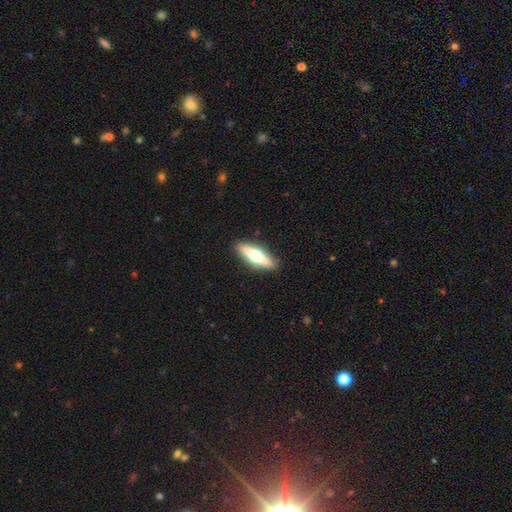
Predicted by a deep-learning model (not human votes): Q: Smooth or featured?
A: featured or disk (60%); runner-up: smooth (35%)
Q: Edge-on disk?
A: yes (94%); runner-up: no (6%)
Q: Edge-on bulge?
A: rounded (95%); runner-up: boxy (3%)
Q: Merging?
A: none (90%); runner-up: minor disturbance (7%)